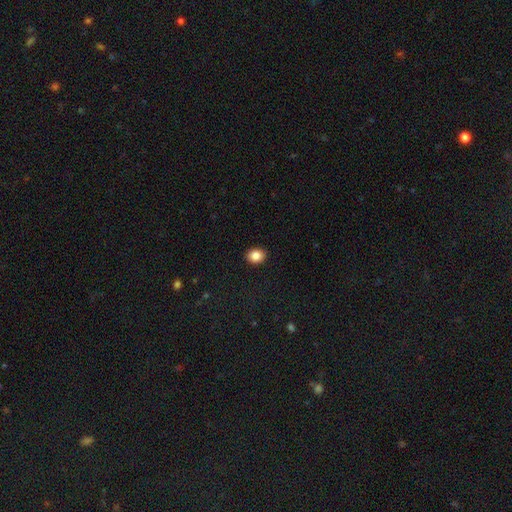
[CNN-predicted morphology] The model was most divided on "how rounded": round: 57%, in between: 42%, cigar-shaped: 1%. More confident: merging — none (91%); smooth or featured — smooth (86%).